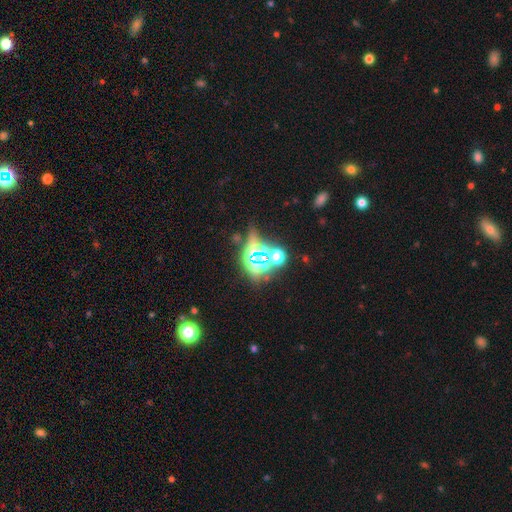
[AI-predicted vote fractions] Overall: star or artifact (68%).